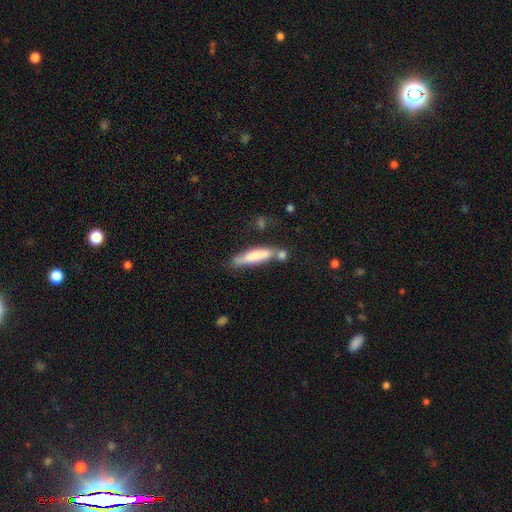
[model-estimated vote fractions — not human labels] This appears to be a smooth galaxy with no disk features (72%) that is cigar-shaped (79%). Merging: none (49%).